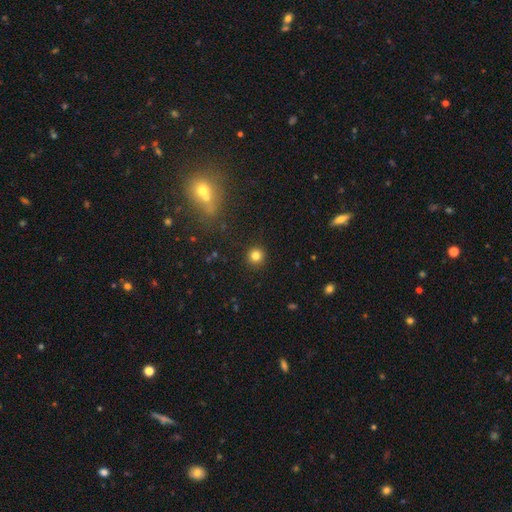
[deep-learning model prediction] smooth_or_featured: smooth (p=0.82) [alt: star or artifact p=0.13]
how_rounded: round (p=0.94) [alt: in between p=0.05]
merging: none (p=0.92) [alt: minor disturbance p=0.05]